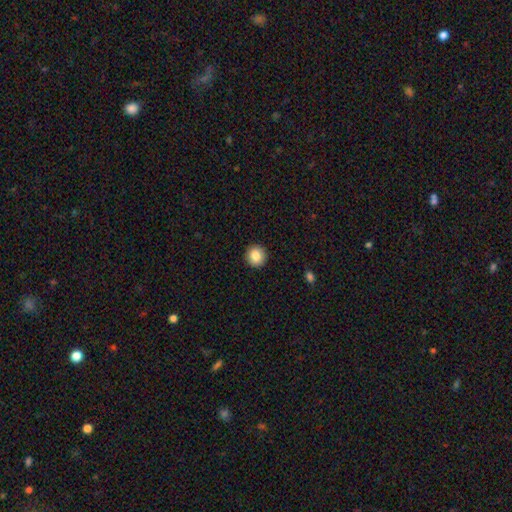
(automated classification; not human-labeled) Q: Smooth or featured?
A: smooth (84%); runner-up: star or artifact (9%)
Q: How rounded?
A: round (94%); runner-up: in between (5%)
Q: Merging?
A: none (93%); runner-up: minor disturbance (5%)